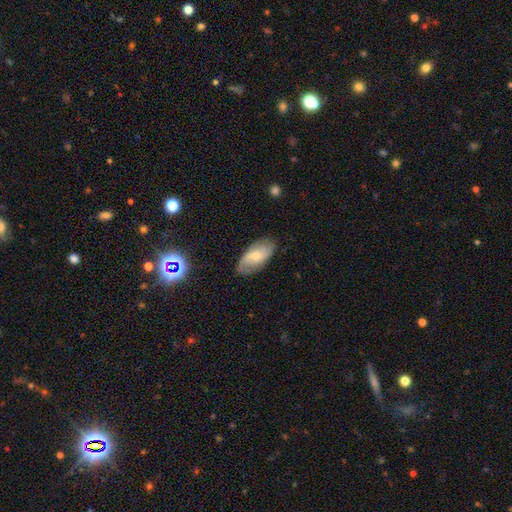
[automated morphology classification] Smooth or featured? featured or disk (50%)
Merging? none (79%)